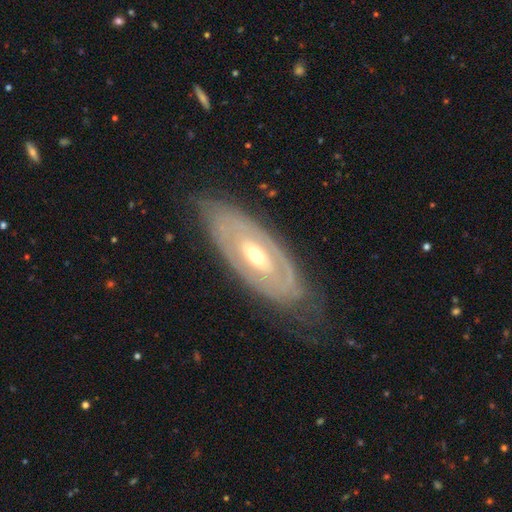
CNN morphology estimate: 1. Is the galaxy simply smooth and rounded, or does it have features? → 77% featured or disk, 17% smooth, 5% star or artifact.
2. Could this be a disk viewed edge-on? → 87% no, 13% yes.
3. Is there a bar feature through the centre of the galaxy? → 66% no, 23% weak, 11% strong.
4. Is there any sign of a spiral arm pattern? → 51% no, 49% yes.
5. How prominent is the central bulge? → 56% moderate, 39% small, 4% large, 1% dominant, 1% none.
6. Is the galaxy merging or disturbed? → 75% none, 17% minor disturbance, 7% major disturbance, 1% merger.